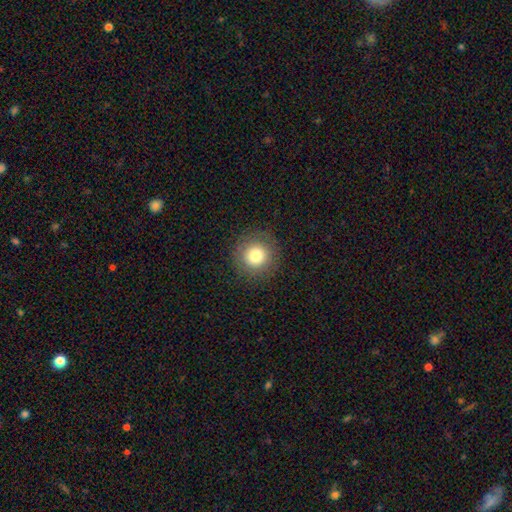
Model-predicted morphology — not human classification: Overall: smooth (79%). How rounded: round (95%). Merging: none (90%).